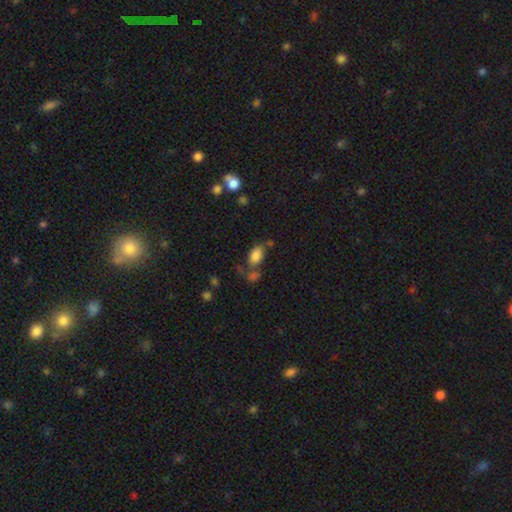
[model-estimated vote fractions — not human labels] This is clearly a smooth galaxy (82%). How rounded: clearly in between (87%). Merging: possibly none (51%).